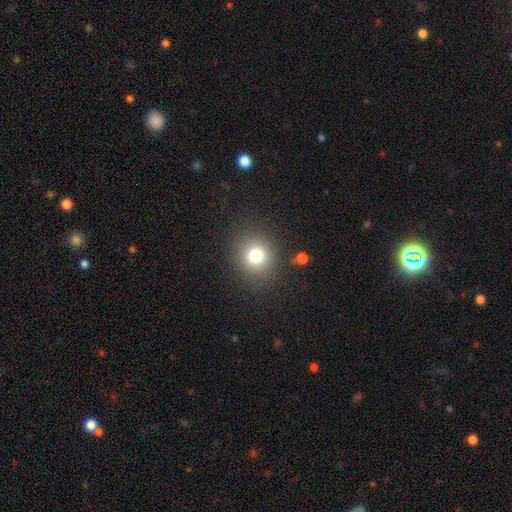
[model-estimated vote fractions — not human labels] The model was most divided on "smooth or featured": smooth: 75%, star or artifact: 15%, featured or disk: 10%. More confident: merging — none (86%); how rounded — round (83%).